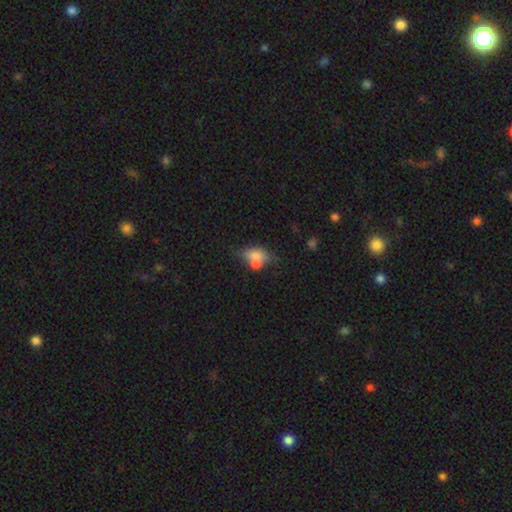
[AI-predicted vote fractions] Smooth or featured? Predicted: smooth (p=0.63). How rounded? Predicted: in between (p=0.76). Merging? Predicted: merger (p=0.41).